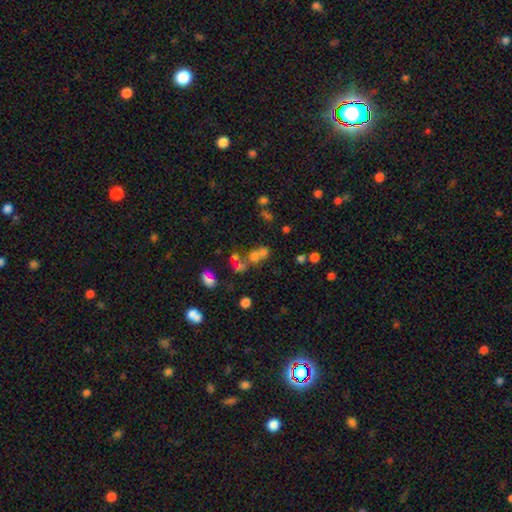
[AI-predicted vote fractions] This is possibly a smooth galaxy (49%). Merging: possibly merger (49%).